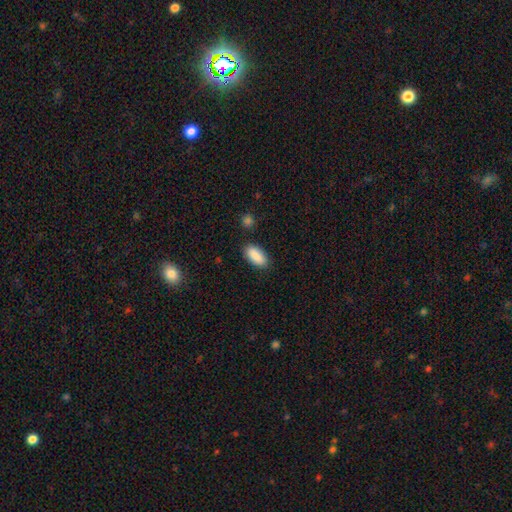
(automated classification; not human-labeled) Overall: smooth (90%). How rounded: in between (89%). Merging: none (86%).